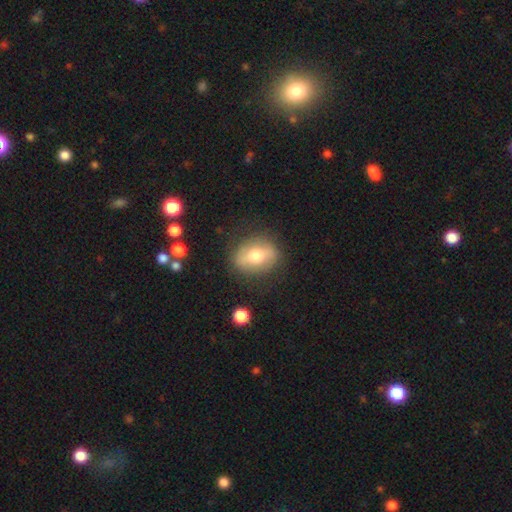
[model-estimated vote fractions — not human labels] Smooth or featured? Predicted: smooth (p=0.54). How rounded? Predicted: in between (p=0.59). Merging? Predicted: none (p=0.81).